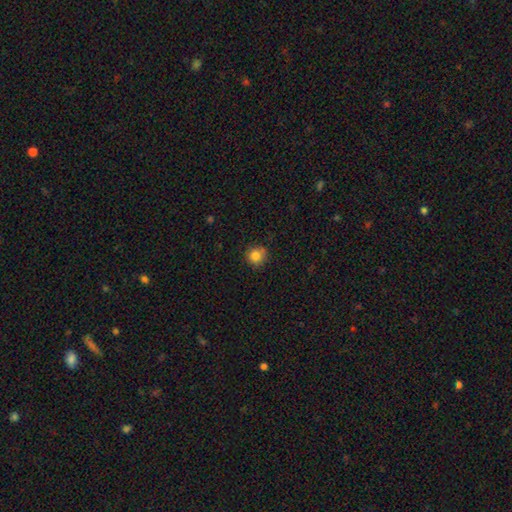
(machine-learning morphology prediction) Q: Smooth or featured?
A: smooth (84%); runner-up: star or artifact (11%)
Q: How rounded?
A: round (91%); runner-up: in between (8%)
Q: Merging?
A: none (81%); runner-up: minor disturbance (15%)